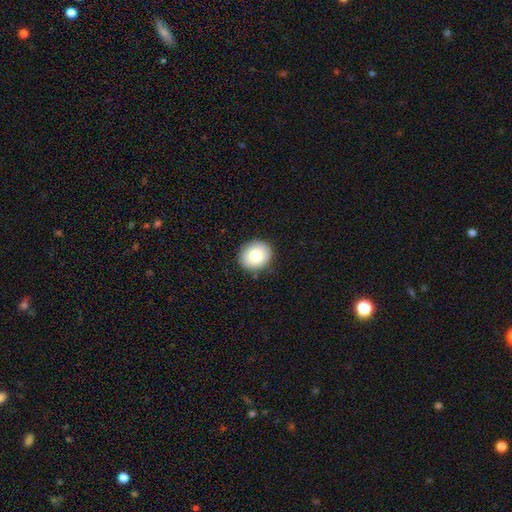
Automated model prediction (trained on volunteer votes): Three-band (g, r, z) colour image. It shows a smooth galaxy with no disk features (80%) that is round (71%). Merging: none (87%).